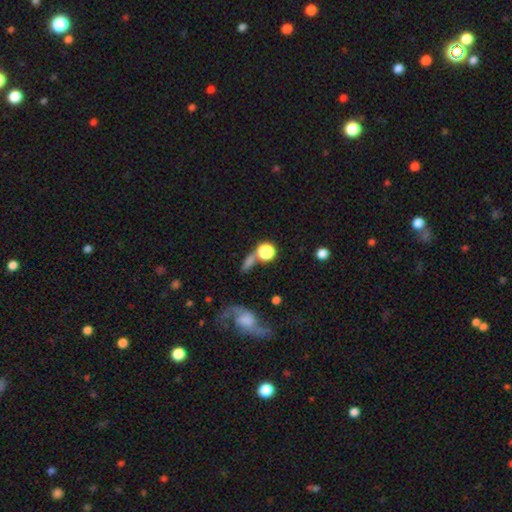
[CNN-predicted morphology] featured or disk 58%, smooth 22%, star or artifact 20%. Down the decision tree: edge-on disk — no (89%); bar — no (60%); spiral arms — yes (87%); bulge size — moderate (44%); merging — none (64%).